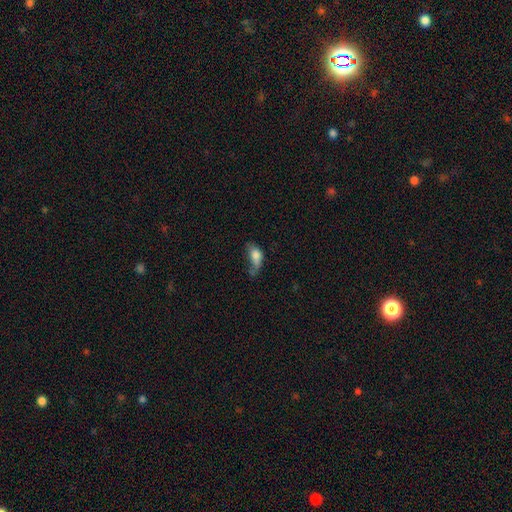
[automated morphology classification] Smooth or featured? smooth (72%)
How rounded? in between (83%)
Merging? major disturbance (37%)